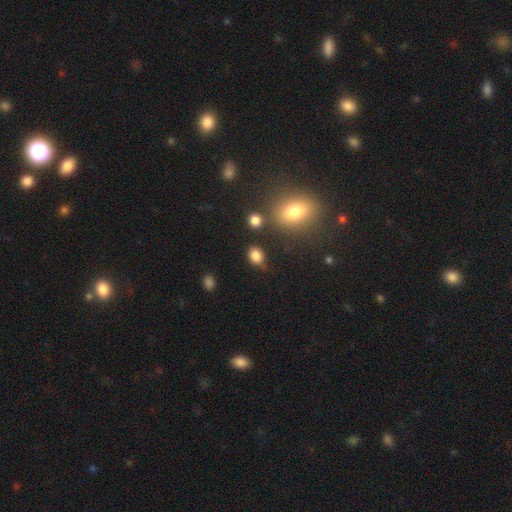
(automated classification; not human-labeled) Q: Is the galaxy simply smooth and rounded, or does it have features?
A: smooth — 84%.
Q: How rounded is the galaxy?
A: in between — 68%.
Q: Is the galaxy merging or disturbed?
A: none — 68%.